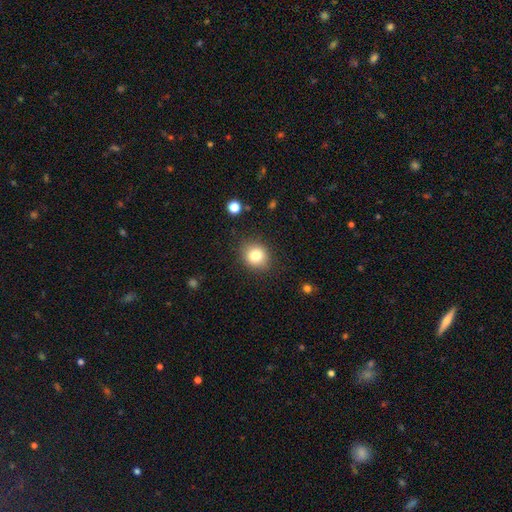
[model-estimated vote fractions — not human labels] Smooth or featured?
  - smooth: 81% *
  - star or artifact: 11%
  - featured or disk: 9%
How rounded?
  - round: 75% *
  - in between: 24%
  - cigar-shaped: 1%
Merging?
  - none: 87% *
  - minor disturbance: 9%
  - major disturbance: 3%
  - merger: 1%